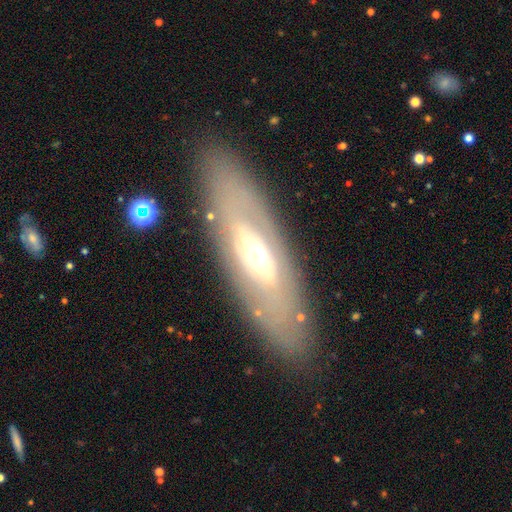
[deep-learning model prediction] Overall: featured or disk (62%; smooth 31%). Edge-on disk: no (71%). Merging: none (81%).